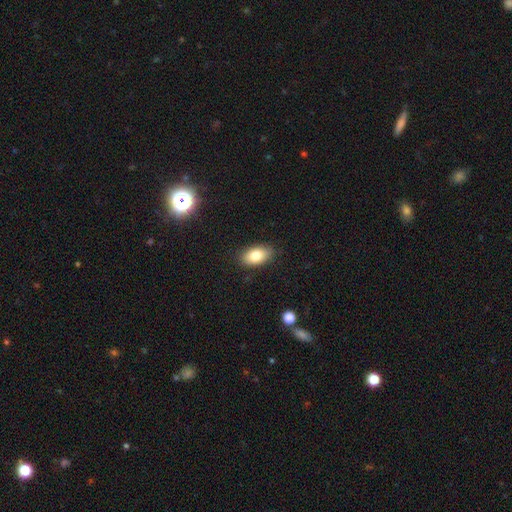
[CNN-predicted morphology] This is clearly a smooth galaxy (81%). How rounded: clearly in between (92%). Merging: clearly none (86%).